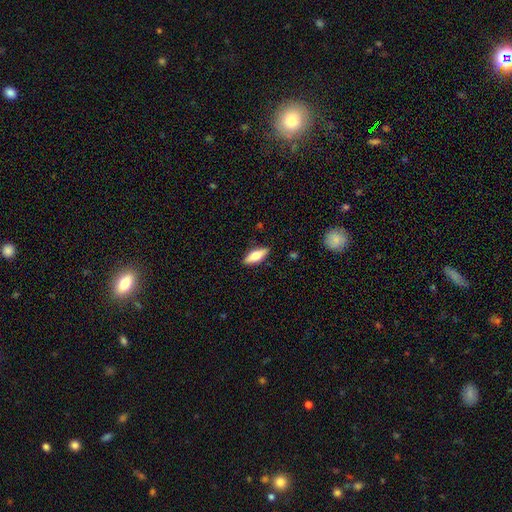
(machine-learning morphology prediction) A smooth galaxy with no disk features (57%) that is in between round and cigar-shaped (64%). Merging: none (88%).